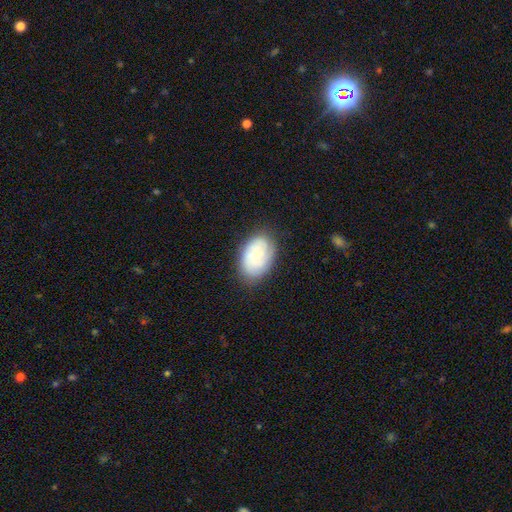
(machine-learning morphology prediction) type=smooth (69%); roundness=in between (90%); merging=none (79%).